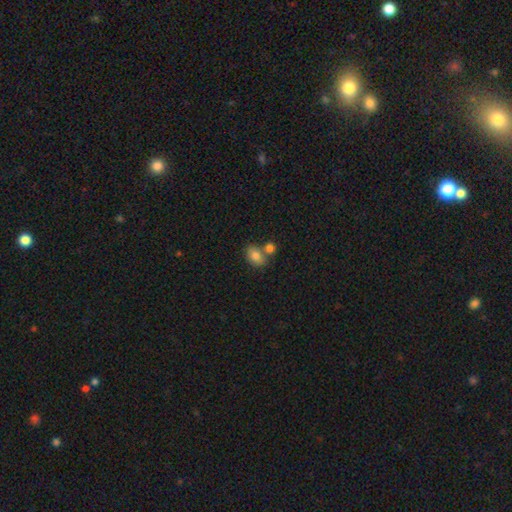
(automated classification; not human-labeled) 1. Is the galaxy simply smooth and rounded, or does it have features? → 81% smooth, 10% featured or disk, 9% star or artifact.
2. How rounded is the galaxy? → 70% in between, 29% round, 1% cigar-shaped.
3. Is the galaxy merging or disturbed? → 49% none, 35% merger, 12% minor disturbance, 4% major disturbance.